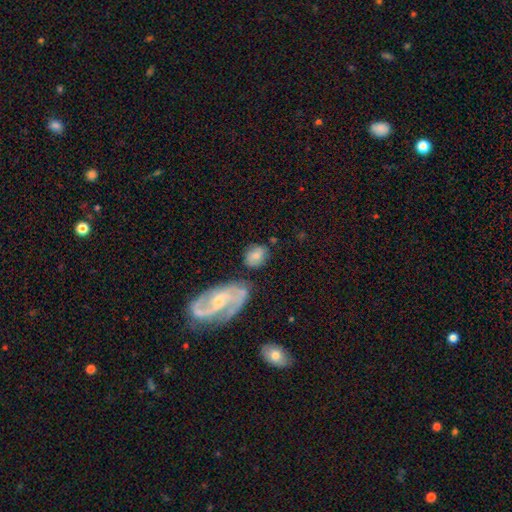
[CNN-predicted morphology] A smooth galaxy with no disk features (60%) that is in between round and cigar-shaped (59%).

Vote fractions:
- Smooth or featured? smooth: 60% / featured or disk: 32% / star or artifact: 8%
- How rounded? in between: 59% / round: 39% / cigar-shaped: 2%
- Merging? none: 61% / minor disturbance: 19% / merger: 13% / major disturbance: 8%